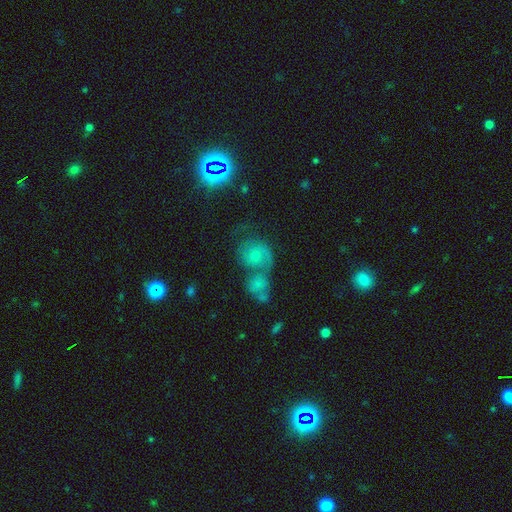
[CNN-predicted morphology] Q: Smooth or featured?
A: featured or disk (45%); runner-up: star or artifact (30%)
Q: Merging?
A: merger (40%); tied with: none (40%)